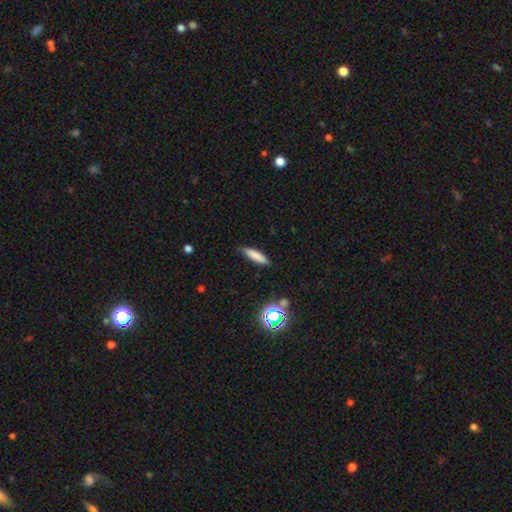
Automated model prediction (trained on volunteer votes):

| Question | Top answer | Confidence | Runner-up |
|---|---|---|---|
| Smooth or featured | smooth | 79% | featured or disk (11%) |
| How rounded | cigar-shaped | 71% | in between (27%) |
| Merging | none | 83% | minor disturbance (13%) |